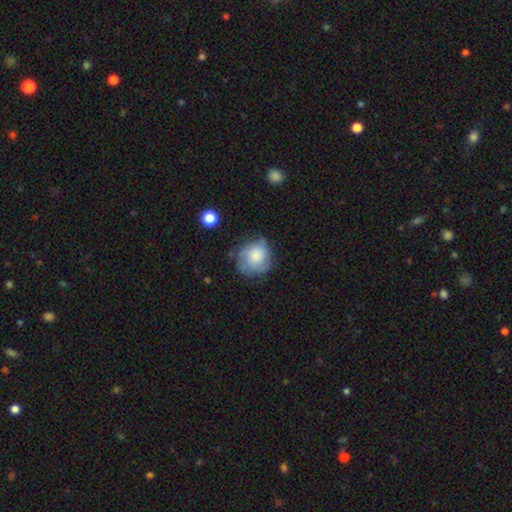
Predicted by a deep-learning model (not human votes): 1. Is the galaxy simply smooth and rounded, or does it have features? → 67% smooth, 25% featured or disk, 8% star or artifact.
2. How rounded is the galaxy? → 82% round, 17% in between, 1% cigar-shaped.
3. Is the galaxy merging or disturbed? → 59% none, 28% minor disturbance, 10% major disturbance, 2% merger.